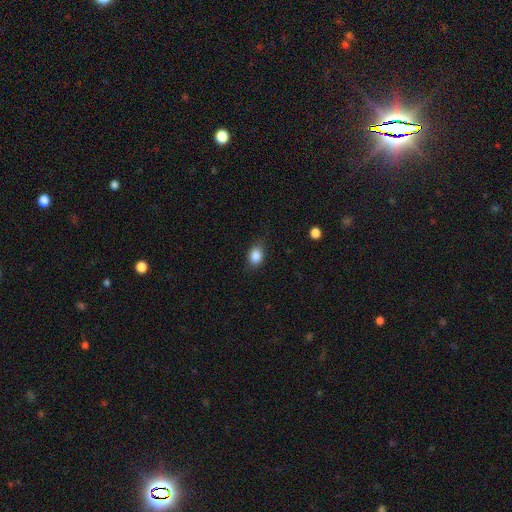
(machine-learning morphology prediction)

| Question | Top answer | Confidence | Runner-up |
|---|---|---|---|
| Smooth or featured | smooth | 86% | star or artifact (9%) |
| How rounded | in between | 67% | round (31%) |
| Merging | none | 76% | minor disturbance (19%) |